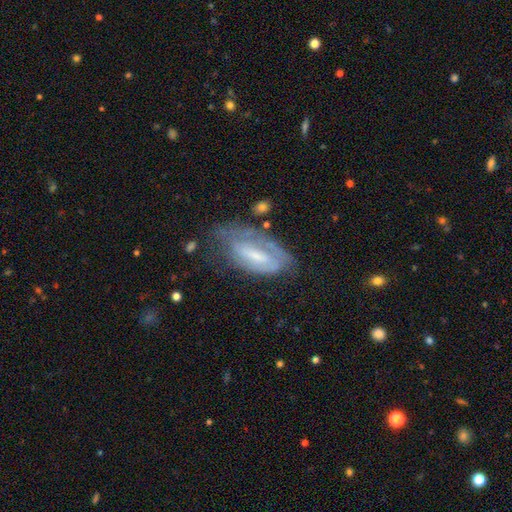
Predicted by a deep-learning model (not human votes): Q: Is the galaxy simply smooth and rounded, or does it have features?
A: featured or disk — 65%.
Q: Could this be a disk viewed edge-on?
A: no — 89%.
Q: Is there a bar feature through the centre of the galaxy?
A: weak — 42%.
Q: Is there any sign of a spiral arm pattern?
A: yes — 69%.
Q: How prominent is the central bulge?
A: small — 41%.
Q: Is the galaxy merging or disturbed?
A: none — 49%.